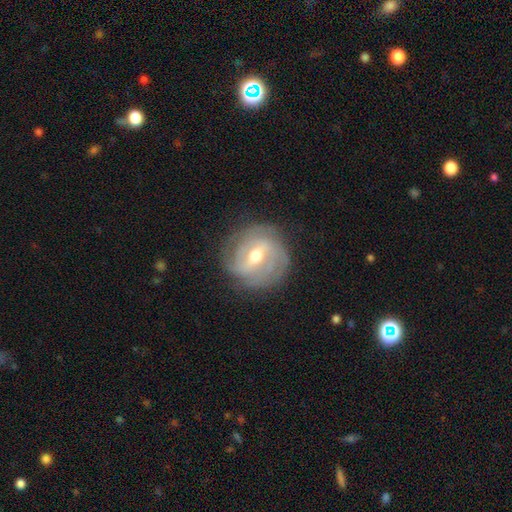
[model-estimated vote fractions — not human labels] smooth-or-featured: featured or disk: 81% | smooth: 13% | star or artifact: 6%
  disk-edge-on: no: 96% | yes: 4%
    bar: weak: 47% | strong: 38% | no: 15%
    has-spiral-arms: yes: 91% | no: 9%
      spiral-winding: tight: 60% | medium: 30% | loose: 10%
      spiral-arm-count: can't tell: 31% | 2: 30% | 3: 22% | 4: 8% | 1: 5% | more than 4: 4%
    bulge-size: moderate: 68% | small: 26% | large: 4% | none: 1% | dominant: 1%
  merging: none: 79% | minor disturbance: 14% | major disturbance: 5% | merger: 1%